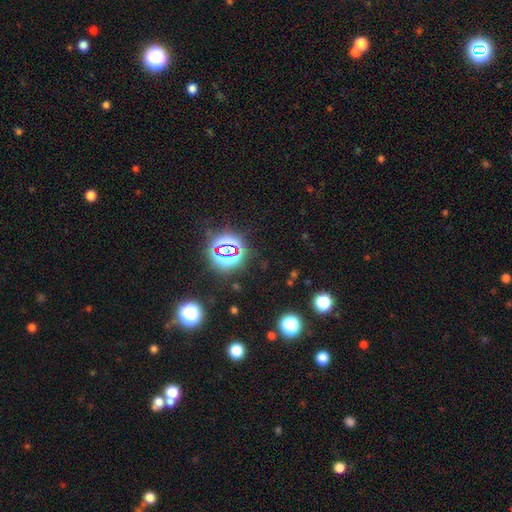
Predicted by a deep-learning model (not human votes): A star or artifact, not a galaxy (76%).

Vote fractions:
- Smooth or featured? star or artifact: 76% / smooth: 17% / featured or disk: 7%